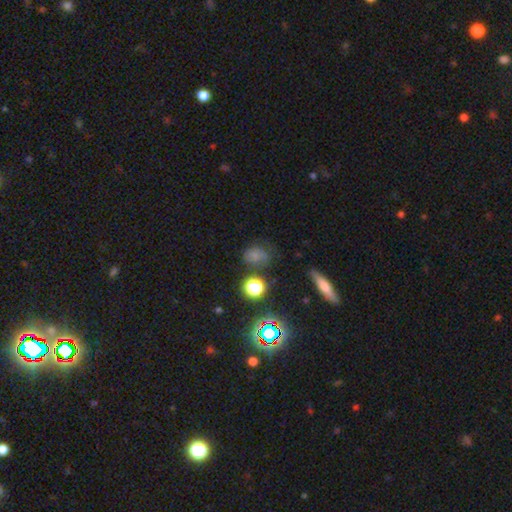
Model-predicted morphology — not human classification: Q: Smooth or featured?
A: smooth (63%); runner-up: star or artifact (25%)
Q: How rounded?
A: in between (51%); runner-up: round (47%)
Q: Merging?
A: none (58%); runner-up: minor disturbance (24%)